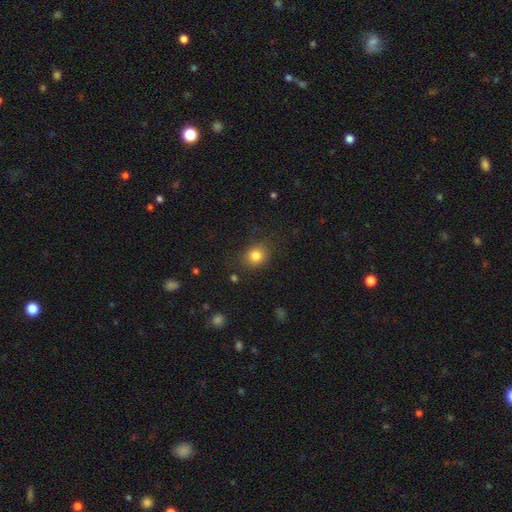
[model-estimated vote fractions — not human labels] smooth_or_featured: smooth (p=0.81) [alt: star or artifact p=0.12]
how_rounded: round (p=0.72) [alt: in between p=0.27]
merging: none (p=0.80) [alt: minor disturbance p=0.13]